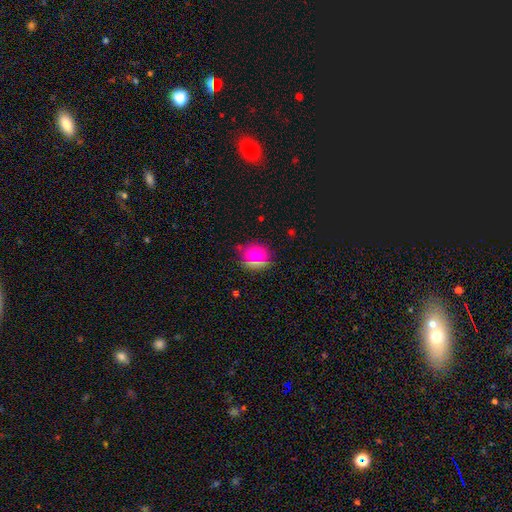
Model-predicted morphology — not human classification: This appears to be a smooth galaxy with no disk features (71%) that is round (76%). Merging: none (82%).